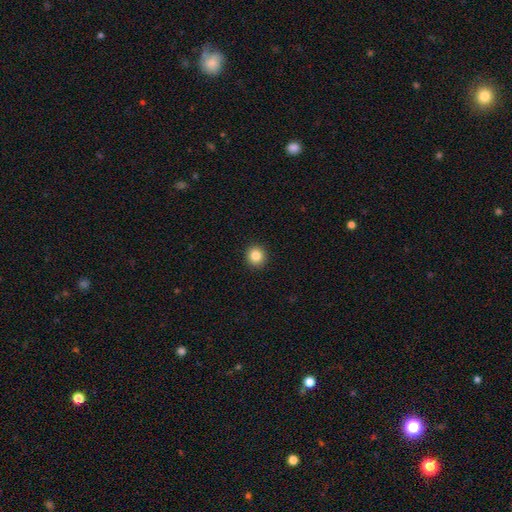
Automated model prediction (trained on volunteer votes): smooth-or-featured: smooth: 85% | star or artifact: 10% | featured or disk: 5%
  how-rounded: round: 91% | in between: 8% | cigar-shaped: 1%
  merging: none: 93% | minor disturbance: 5% | major disturbance: 2% | merger: 1%